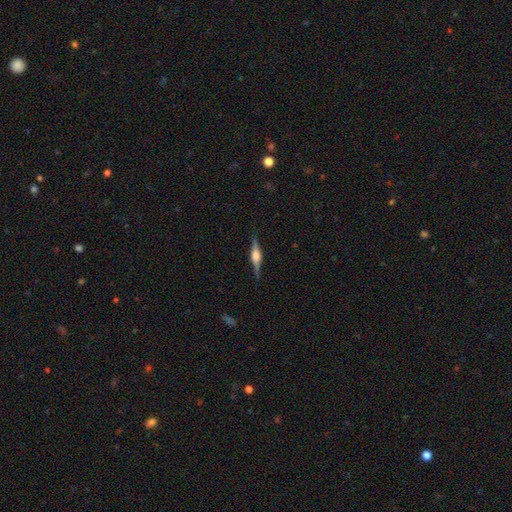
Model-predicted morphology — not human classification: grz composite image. It shows a featured or disk galaxy (81%) viewed edge-on (98%) with a rounded central bulge (84%). Merging: none (88%).